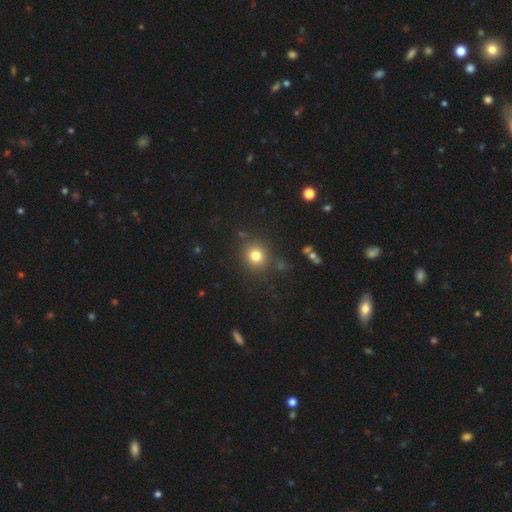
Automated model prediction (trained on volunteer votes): Overall: smooth (79%). How rounded: round (88%). Merging: none (85%).